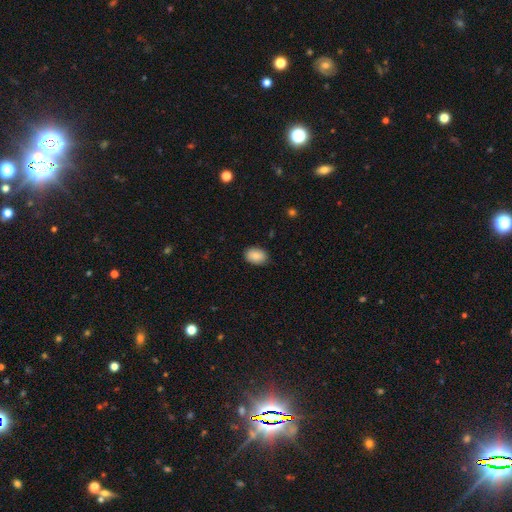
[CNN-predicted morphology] Smooth or featured? smooth (86%)
How rounded? in between (83%)
Merging? none (87%)